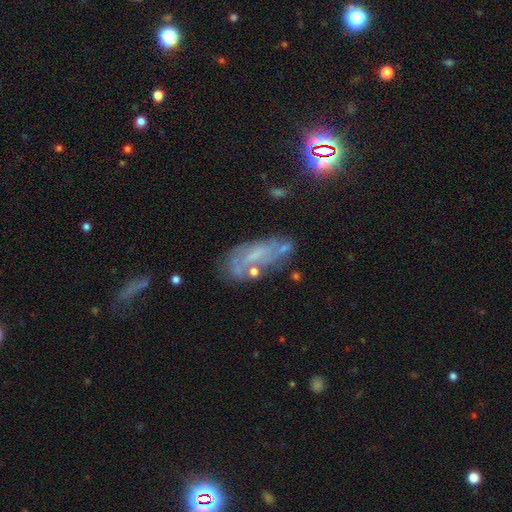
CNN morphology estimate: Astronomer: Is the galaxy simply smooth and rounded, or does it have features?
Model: featured or disk — 55%.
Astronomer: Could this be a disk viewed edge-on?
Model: no — 88%.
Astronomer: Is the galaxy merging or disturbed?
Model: none — 52%.